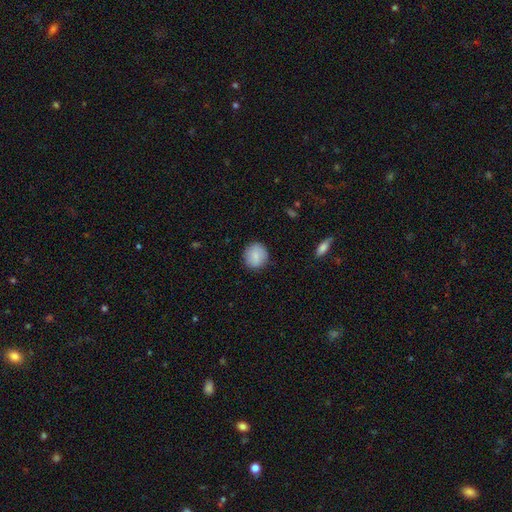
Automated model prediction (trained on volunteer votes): Smooth or featured? smooth (86%)
How rounded? round (91%)
Merging? none (88%)